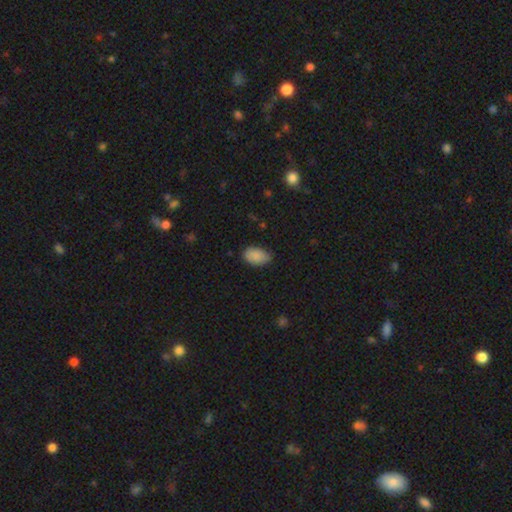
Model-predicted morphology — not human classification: This is clearly a smooth galaxy (87%). How rounded: clearly in between (92%). Merging: likely none (74%).